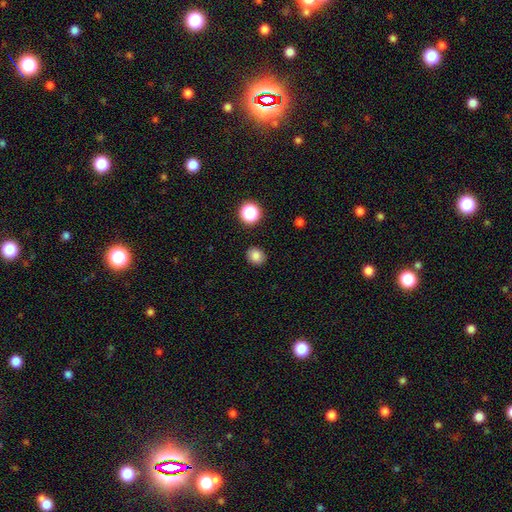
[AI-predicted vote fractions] A smooth galaxy with no disk features (82%) that is round (72%). Merging: none (88%).